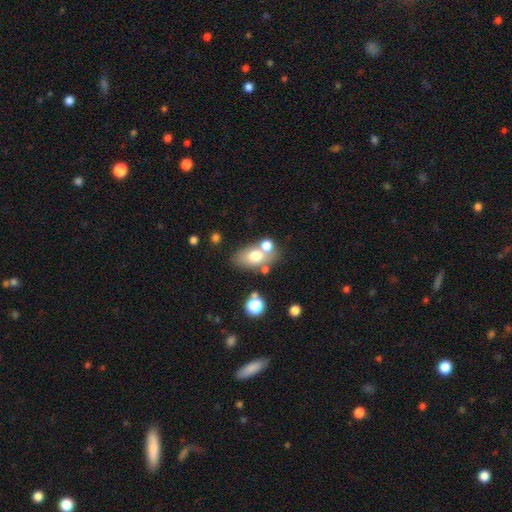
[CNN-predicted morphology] The model was most divided on "merging": none: 53%, merger: 28%, minor disturbance: 13%, major disturbance: 6%. More confident: how rounded — in between (78%); smooth or featured — smooth (67%).